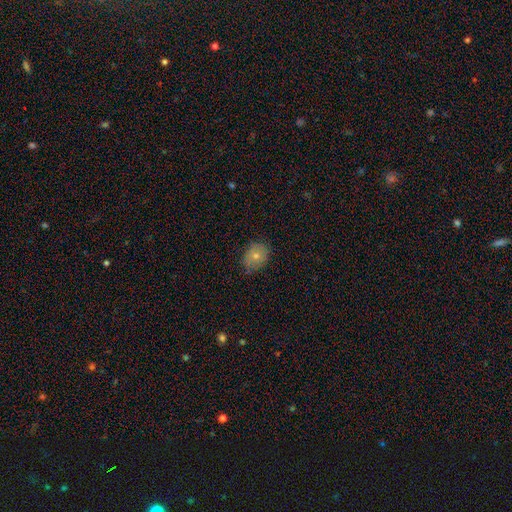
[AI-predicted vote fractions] Smooth or featured? smooth (75%)
How rounded? in between (59%)
Merging? none (74%)